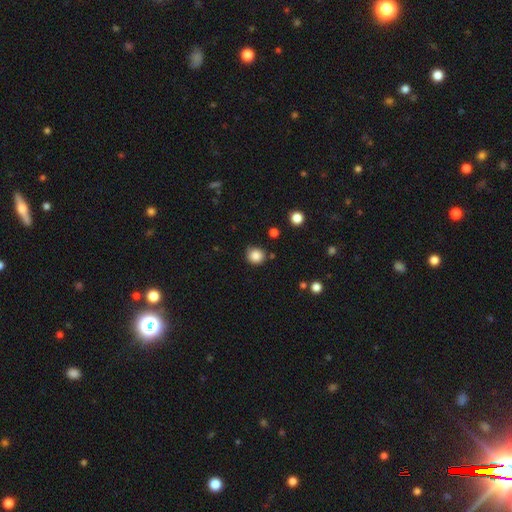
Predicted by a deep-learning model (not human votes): A smooth galaxy with no disk features (86%) that is round (88%).

Vote fractions:
- Smooth or featured? smooth: 86% / star or artifact: 11% / featured or disk: 4%
- How rounded? round: 88% / in between: 11% / cigar-shaped: 1%
- Merging? none: 81% / minor disturbance: 13% / merger: 3% / major disturbance: 3%